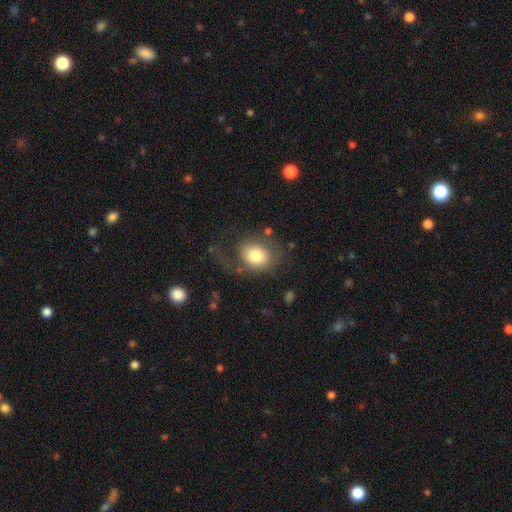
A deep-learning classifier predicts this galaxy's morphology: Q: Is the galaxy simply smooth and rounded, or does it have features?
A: smooth — 75%.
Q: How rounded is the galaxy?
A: in between — 52%.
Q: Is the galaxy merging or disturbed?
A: none — 53%.